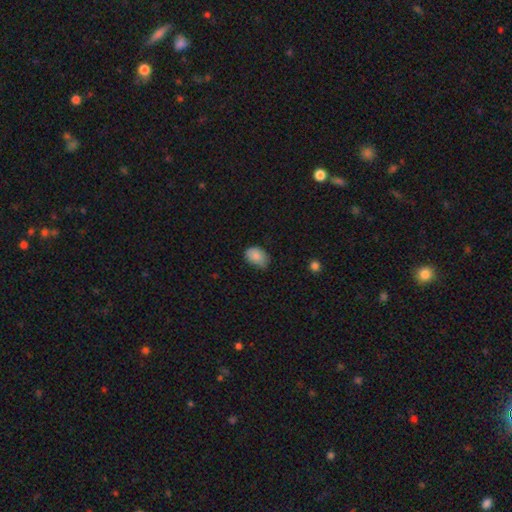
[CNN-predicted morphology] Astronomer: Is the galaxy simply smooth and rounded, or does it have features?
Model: smooth — 85%.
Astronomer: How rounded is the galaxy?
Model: in between — 81%.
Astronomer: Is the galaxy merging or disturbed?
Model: none — 54% (runner-up: minor disturbance, 38%).